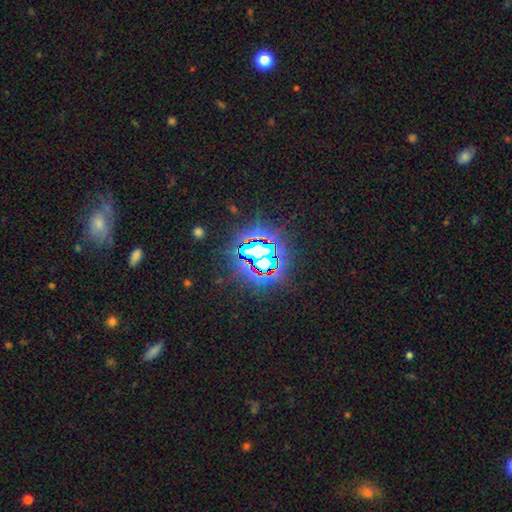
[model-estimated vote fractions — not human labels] smooth_or_featured: star or artifact (p=0.81) [alt: smooth p=0.11]